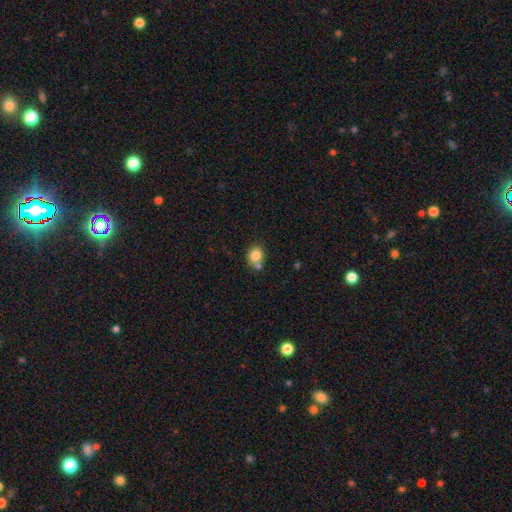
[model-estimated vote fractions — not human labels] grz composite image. It shows a smooth galaxy with no disk features (82%) that is round (65%). Merging: none (58%).